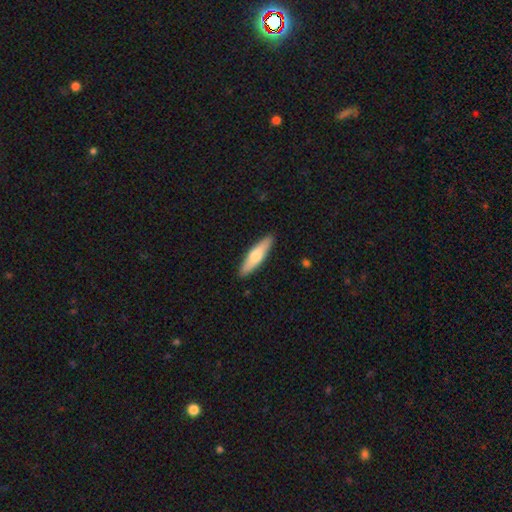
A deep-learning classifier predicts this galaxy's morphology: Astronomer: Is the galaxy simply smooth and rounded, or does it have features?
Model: smooth — 64%.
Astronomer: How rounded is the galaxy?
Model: cigar-shaped — 73%.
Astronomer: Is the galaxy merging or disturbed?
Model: none — 90%.